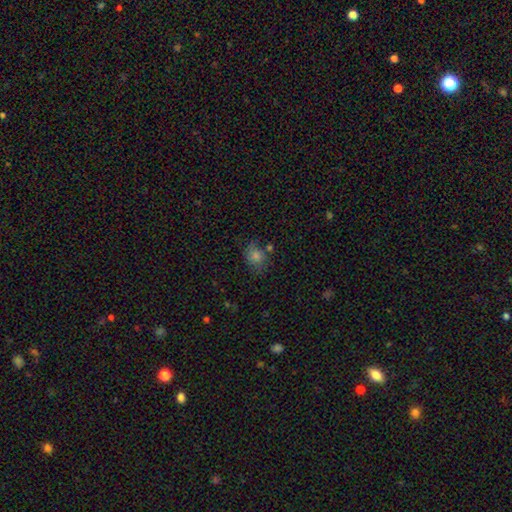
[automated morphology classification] type=smooth (67%); roundness=round (58%); merging=none (69%).